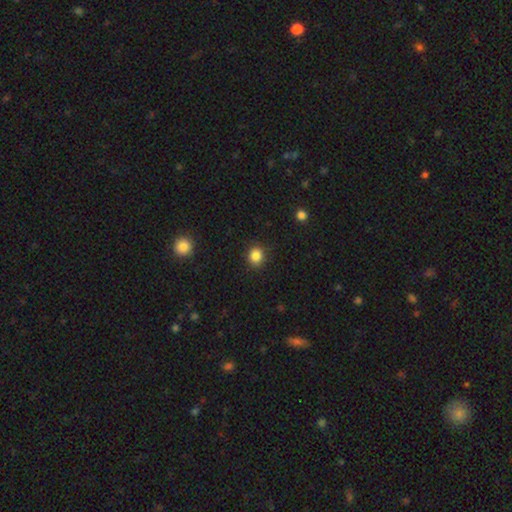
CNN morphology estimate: smooth_or_featured: smooth (p=0.85) [alt: star or artifact p=0.11]
how_rounded: round (p=0.81) [alt: in between p=0.18]
merging: none (p=0.89) [alt: minor disturbance p=0.07]